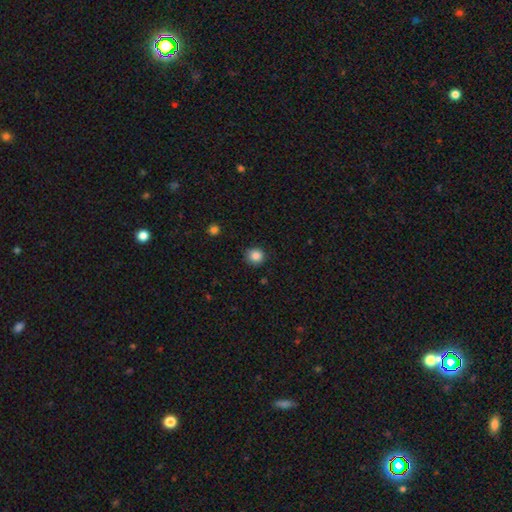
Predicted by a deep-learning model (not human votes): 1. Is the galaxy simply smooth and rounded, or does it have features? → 86% smooth, 11% star or artifact, 3% featured or disk.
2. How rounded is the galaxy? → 91% round, 8% in between, 1% cigar-shaped.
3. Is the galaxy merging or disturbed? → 89% none, 8% minor disturbance, 2% major disturbance, 1% merger.